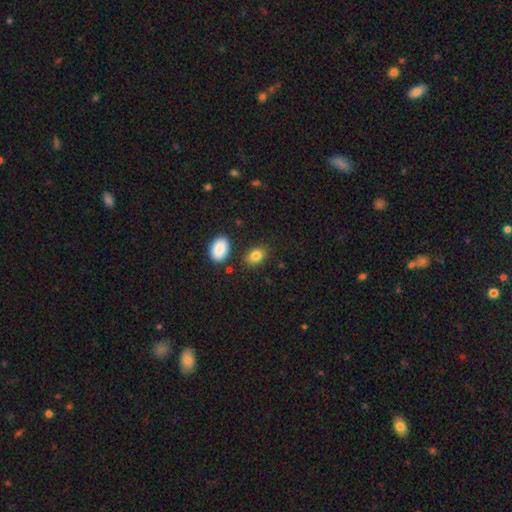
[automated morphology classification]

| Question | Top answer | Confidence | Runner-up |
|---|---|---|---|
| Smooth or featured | smooth | 84% | star or artifact (9%) |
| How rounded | in between | 84% | round (15%) |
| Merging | none | 81% | minor disturbance (11%) |